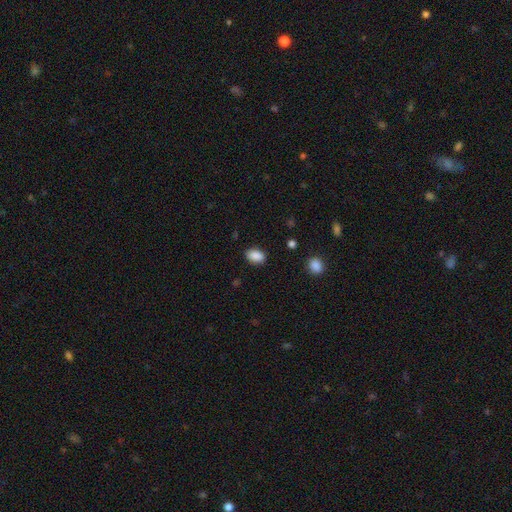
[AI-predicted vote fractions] A smooth galaxy with no disk features (89%) that is in between round and cigar-shaped (87%). Merging: none (86%).